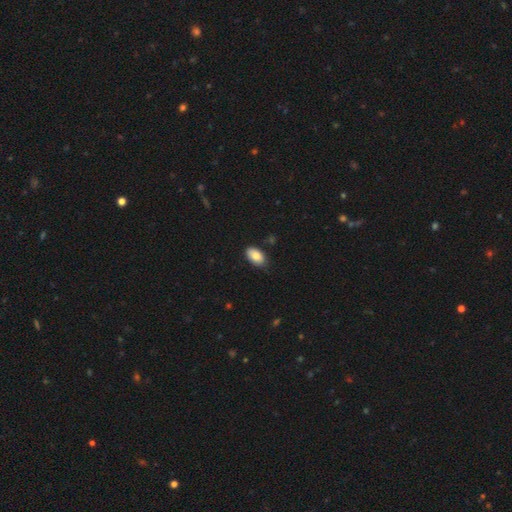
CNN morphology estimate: This is clearly a smooth galaxy (84%). How rounded: clearly in between (94%). Merging: clearly none (81%).